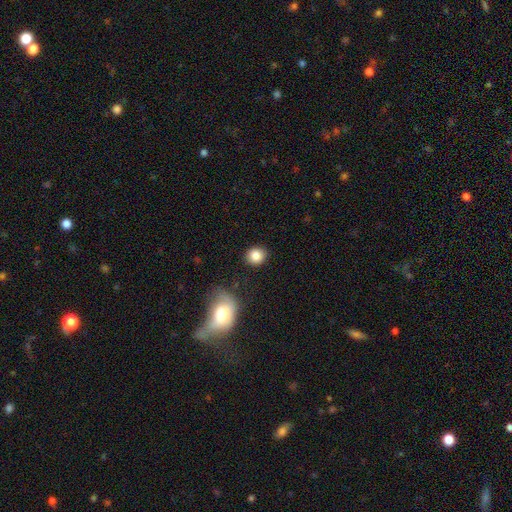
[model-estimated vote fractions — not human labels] smooth 85%, star or artifact 9%, featured or disk 5%. Down the decision tree: how rounded — round (78%); merging — none (86%).